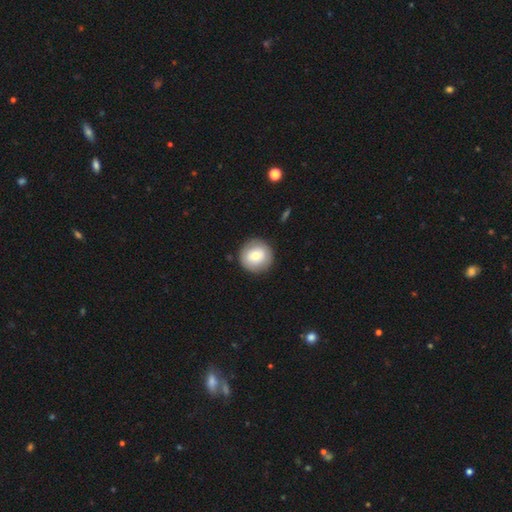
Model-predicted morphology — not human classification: Smooth or featured? Predicted: smooth (p=0.69). How rounded? Predicted: round (p=0.94). Merging? Predicted: none (p=0.87).